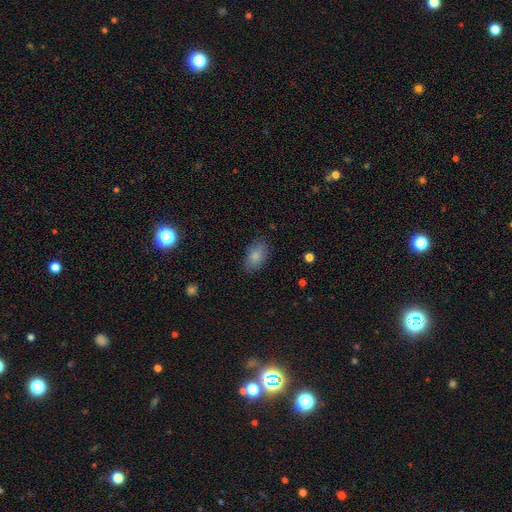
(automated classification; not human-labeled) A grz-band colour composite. It shows a smooth galaxy with no disk features (85%) that is in between round and cigar-shaped (92%). Merging: none (81%).